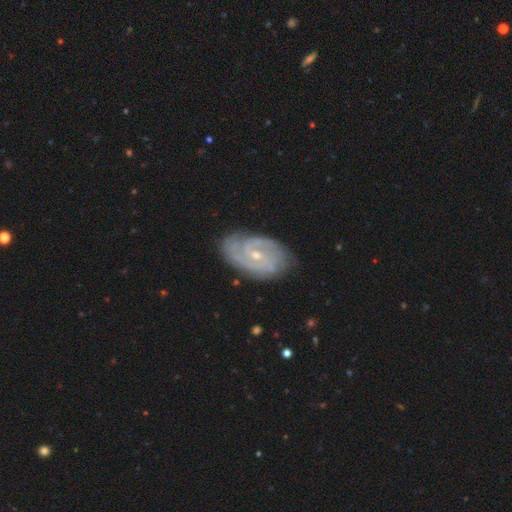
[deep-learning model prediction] Morphology: type=featured or disk (86%); edge-on=no (96%); bar=no (47%); spiral arms=yes (96%); winding=tight (65%); arm count=2 (37%); bulge=small (66%); merging=none (79%).